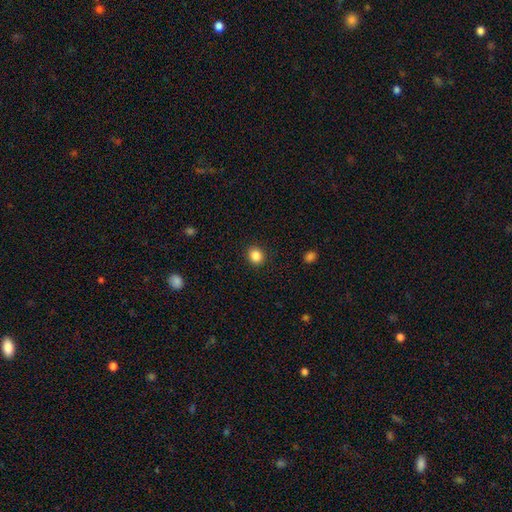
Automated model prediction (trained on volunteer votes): A smooth galaxy with no disk features (86%) that is round (73%).

Vote fractions:
- Smooth or featured? smooth: 86% / star or artifact: 10% / featured or disk: 4%
- How rounded? round: 73% / in between: 26% / cigar-shaped: 1%
- Merging? none: 91% / minor disturbance: 6% / major disturbance: 2% / merger: 1%